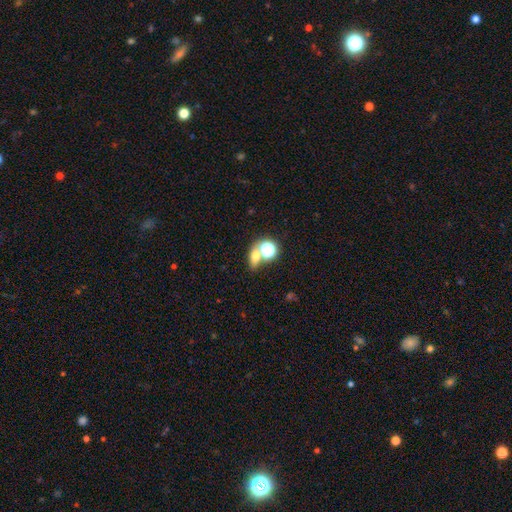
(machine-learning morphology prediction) A smooth galaxy with no disk features (61%) that is in between round and cigar-shaped (53%).

Vote fractions:
- Smooth or featured? smooth: 61% / star or artifact: 24% / featured or disk: 15%
- How rounded? in between: 53% / round: 42% / cigar-shaped: 5%
- Merging? none: 52% / merger: 34% / minor disturbance: 9% / major disturbance: 5%